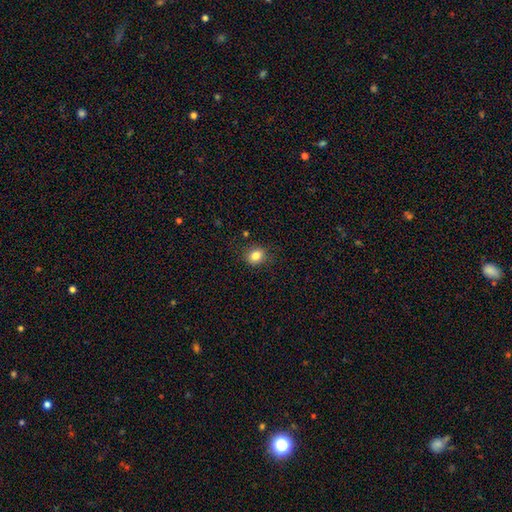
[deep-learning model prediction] Smooth or featured?
  - smooth: 82% *
  - star or artifact: 11%
  - featured or disk: 6%
How rounded?
  - round: 67% *
  - in between: 32%
  - cigar-shaped: 1%
Merging?
  - none: 85% *
  - minor disturbance: 10%
  - major disturbance: 3%
  - merger: 1%